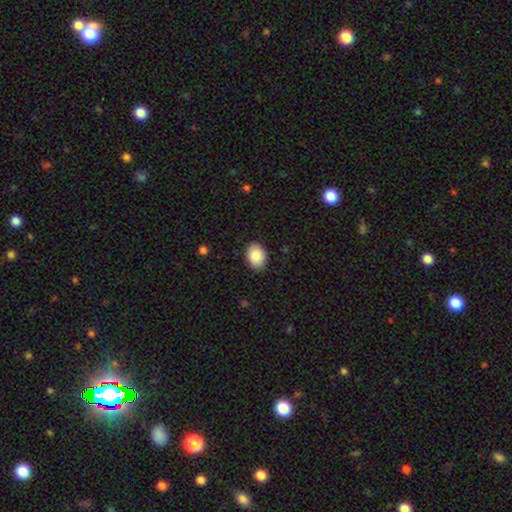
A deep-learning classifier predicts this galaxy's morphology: Smooth or featured: smooth — 87% (star or artifact — 7%)
How rounded: in between — 83% (round — 16%)
Merging: none — 88% (minor disturbance — 9%)